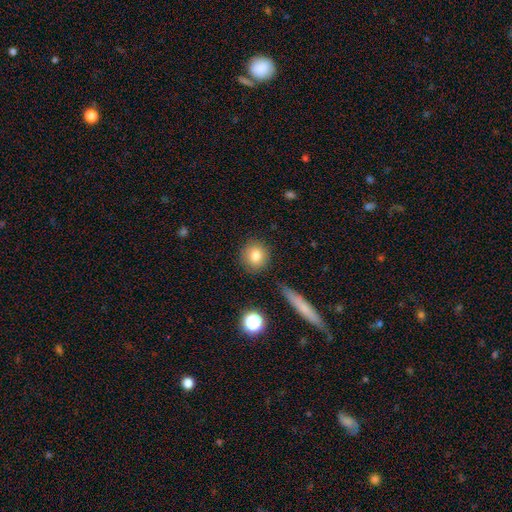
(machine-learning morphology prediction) The model was most divided on "smooth or featured": smooth: 81%, star or artifact: 10%, featured or disk: 9%. More confident: how rounded — round (89%); merging — none (85%).